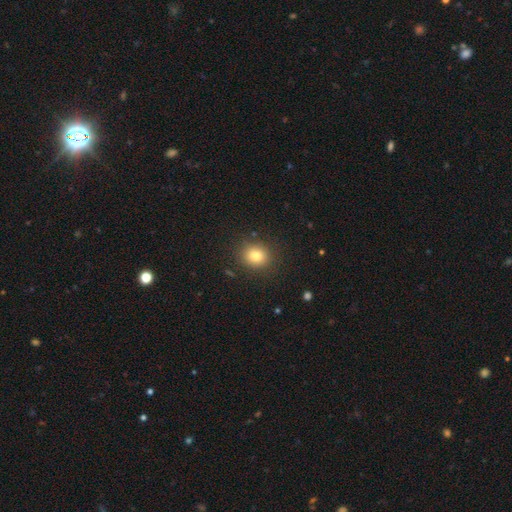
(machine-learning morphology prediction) Smooth or featured?
  - smooth: 81% *
  - star or artifact: 12%
  - featured or disk: 7%
How rounded?
  - round: 75% *
  - in between: 24%
  - cigar-shaped: 1%
Merging?
  - none: 87% *
  - minor disturbance: 8%
  - major disturbance: 3%
  - merger: 1%